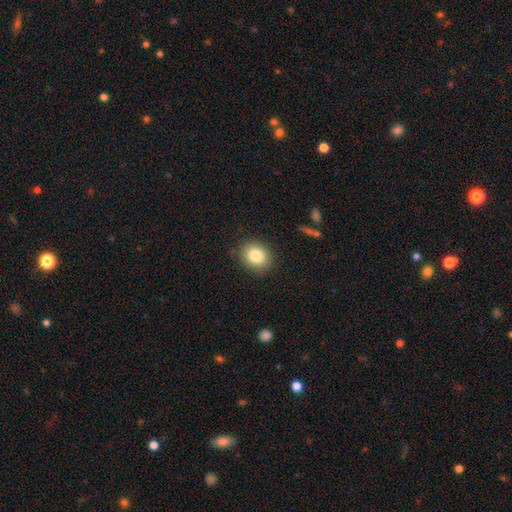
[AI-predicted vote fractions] This is clearly a smooth galaxy (83%). How rounded: likely round (60%). Merging: clearly none (87%).